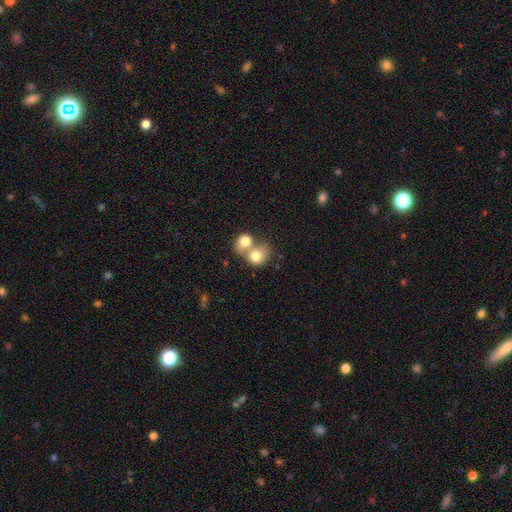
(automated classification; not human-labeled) This is likely a smooth galaxy (77%). How rounded: likely round (64%). Merging: likely merger (74%).